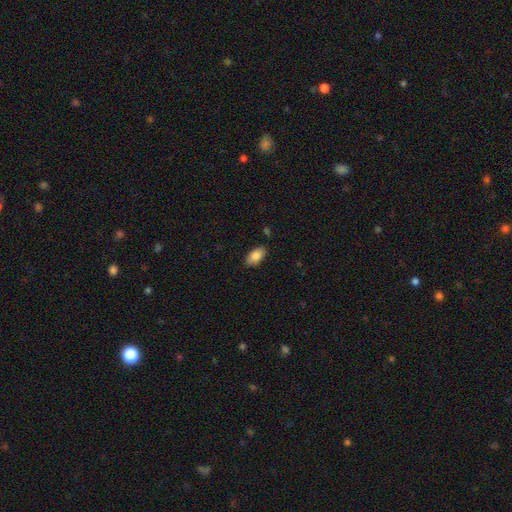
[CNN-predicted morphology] type=smooth (85%); roundness=in between (93%); merging=none (85%).